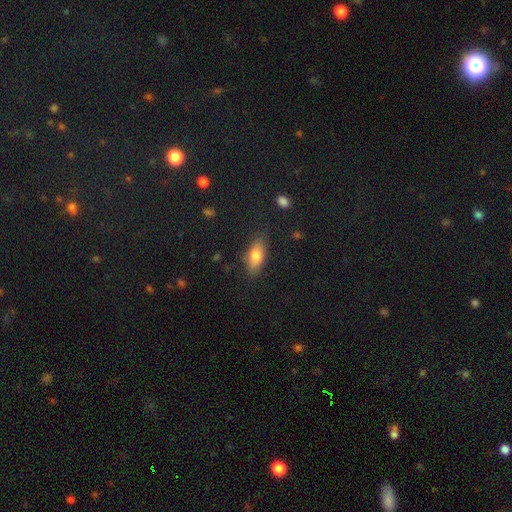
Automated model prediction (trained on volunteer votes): Smooth or featured? Predicted: smooth (p=0.77). How rounded? Predicted: in between (p=0.81). Merging? Predicted: none (p=0.79).